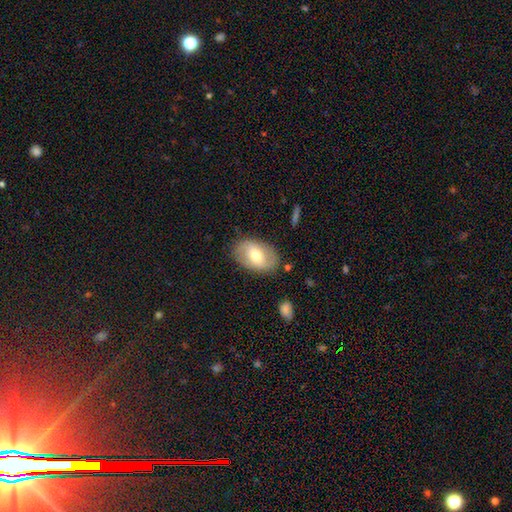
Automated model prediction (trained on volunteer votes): Overall: smooth (53%; featured or disk 41%). How rounded: in between (87%). Merging: none (81%).